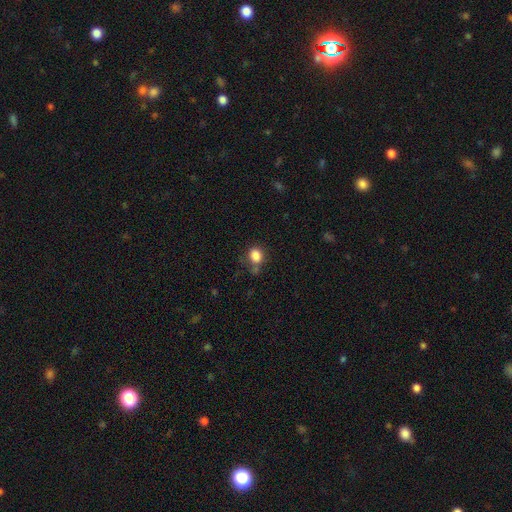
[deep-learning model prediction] Overall: smooth (85%). How rounded: round (59%; in between 39%). Merging: none (63%).